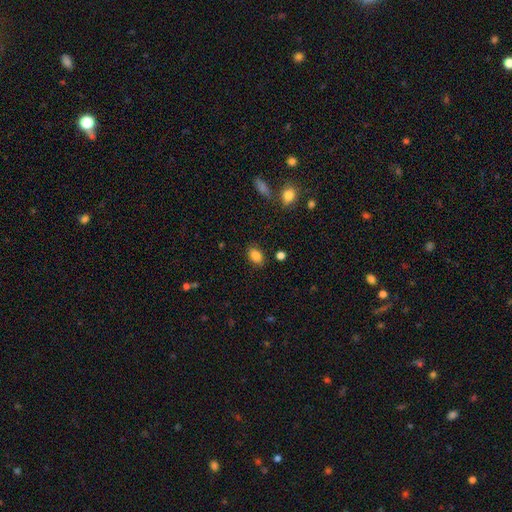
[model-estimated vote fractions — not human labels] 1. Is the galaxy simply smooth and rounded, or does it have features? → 85% smooth, 10% star or artifact, 5% featured or disk.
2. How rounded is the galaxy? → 85% in between, 14% round, 2% cigar-shaped.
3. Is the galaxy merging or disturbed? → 84% none, 11% minor disturbance, 3% major disturbance, 2% merger.